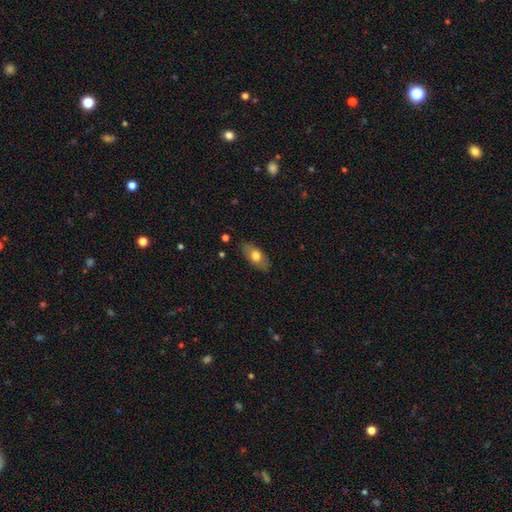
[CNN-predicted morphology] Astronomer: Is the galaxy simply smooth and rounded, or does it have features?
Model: smooth — 69%.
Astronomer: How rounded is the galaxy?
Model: in between — 88%.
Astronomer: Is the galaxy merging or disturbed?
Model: none — 83%.